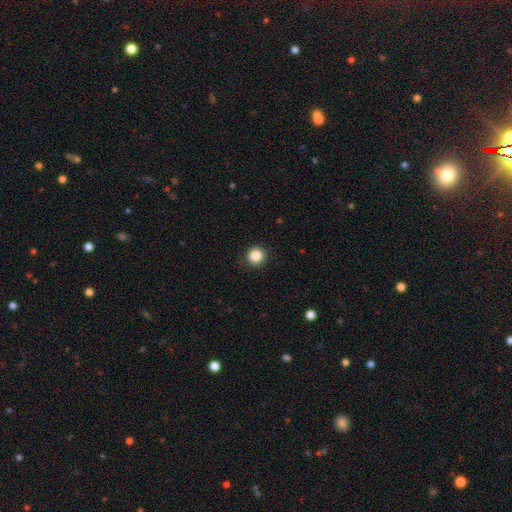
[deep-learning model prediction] smooth 86%, star or artifact 10%, featured or disk 4%. Down the decision tree: how rounded — round (94%); merging — none (91%).